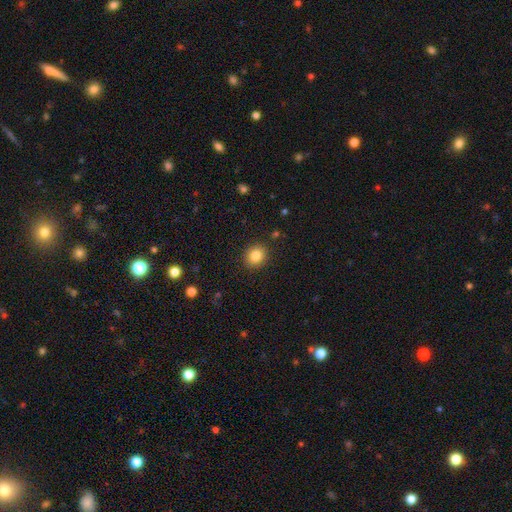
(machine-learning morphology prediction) Smooth or featured?
  - smooth: 84% *
  - star or artifact: 10%
  - featured or disk: 5%
How rounded?
  - round: 79% *
  - in between: 20%
  - cigar-shaped: 1%
Merging?
  - none: 90% *
  - minor disturbance: 7%
  - major disturbance: 2%
  - merger: 1%